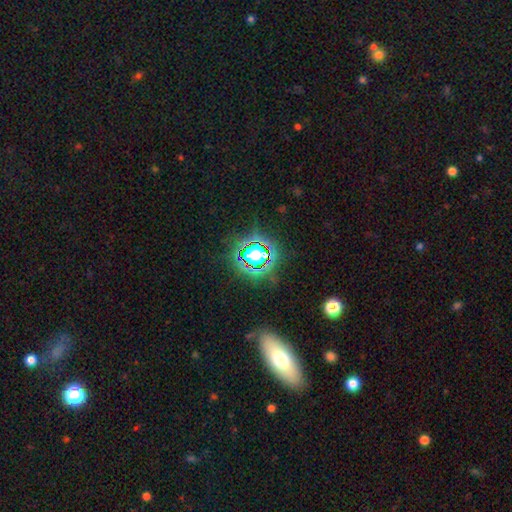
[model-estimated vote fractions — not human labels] Overall: star or artifact (66%).